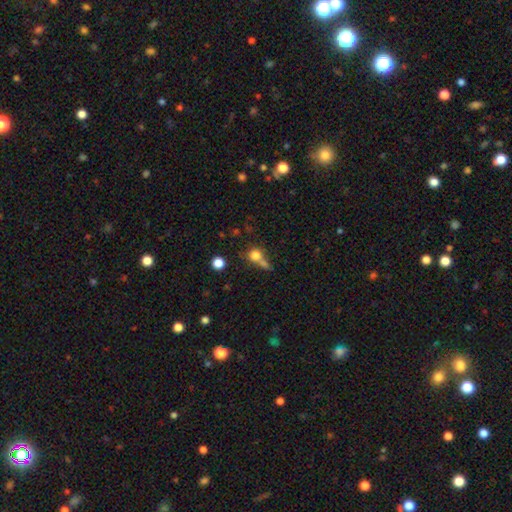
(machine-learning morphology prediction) Smooth or featured?
  - smooth: 75% *
  - star or artifact: 13%
  - featured or disk: 12%
How rounded?
  - round: 81% *
  - in between: 16%
  - cigar-shaped: 3%
Merging?
  - none: 41% *
  - merger: 38%
  - minor disturbance: 12%
  - major disturbance: 9%